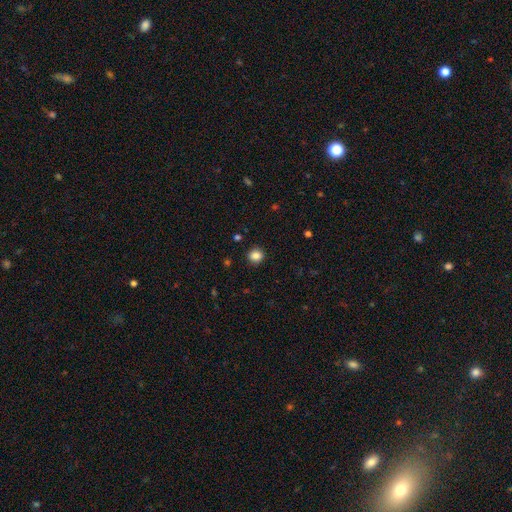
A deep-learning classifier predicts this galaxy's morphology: Smooth or featured?
  - smooth: 86% *
  - star or artifact: 10%
  - featured or disk: 4%
How rounded?
  - round: 86% *
  - in between: 13%
  - cigar-shaped: 1%
Merging?
  - none: 91% *
  - minor disturbance: 6%
  - major disturbance: 2%
  - merger: 1%